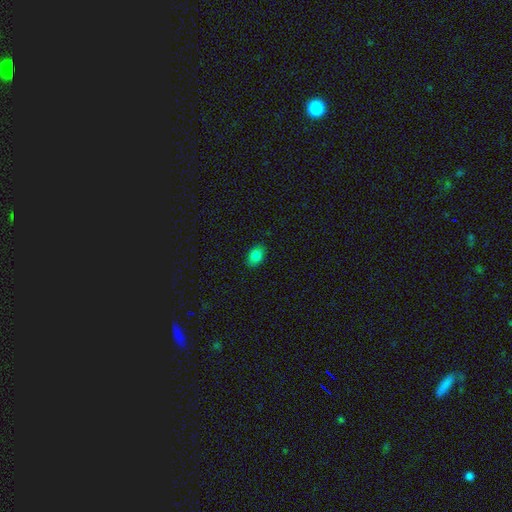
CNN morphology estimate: A smooth galaxy with no disk features (83%) that is in between round and cigar-shaped (83%). Merging: none (87%).